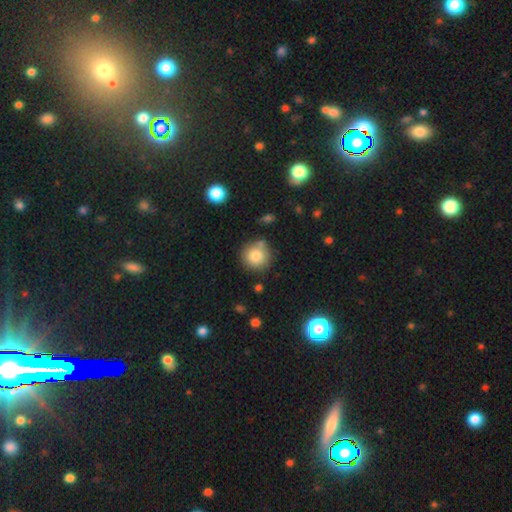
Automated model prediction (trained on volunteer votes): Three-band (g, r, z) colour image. It shows a smooth galaxy with no disk features (82%) that is round (93%). Merging: none (77%).